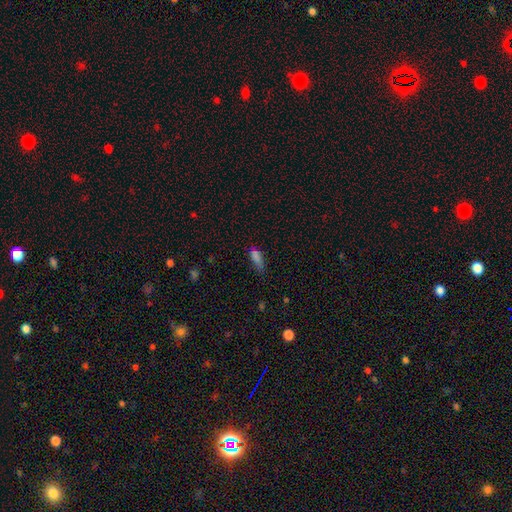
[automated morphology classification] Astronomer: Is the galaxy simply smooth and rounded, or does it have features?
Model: smooth — 71%.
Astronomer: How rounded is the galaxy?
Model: in between — 51% (runner-up: cigar-shaped, 45%).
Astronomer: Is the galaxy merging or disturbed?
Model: none — 56%.